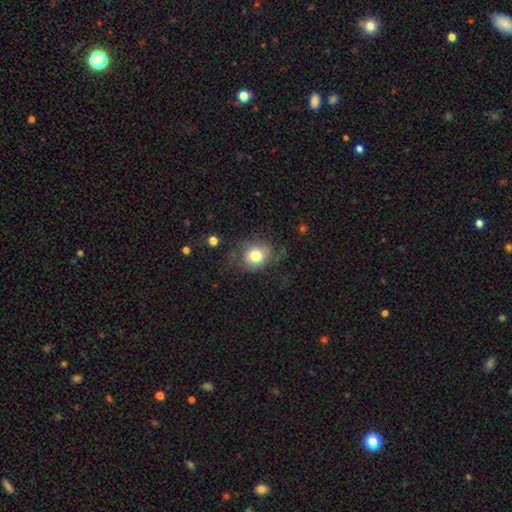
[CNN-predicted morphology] Smooth or featured?
  - smooth: 76% *
  - featured or disk: 13%
  - star or artifact: 10%
How rounded?
  - round: 59% *
  - in between: 40%
  - cigar-shaped: 1%
Merging?
  - none: 64% *
  - minor disturbance: 22%
  - major disturbance: 11%
  - merger: 2%